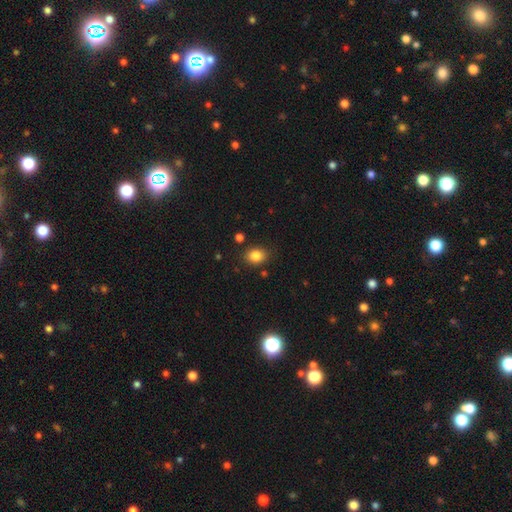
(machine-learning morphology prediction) Smooth or featured? Predicted: smooth (p=0.85). How rounded? Predicted: in between (p=0.55). Merging? Predicted: none (p=0.83).